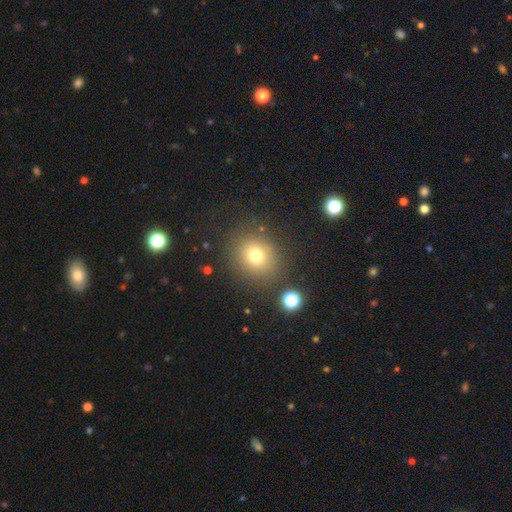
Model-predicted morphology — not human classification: A smooth galaxy with no disk features (73%) that is round (79%). Merging: none (83%).